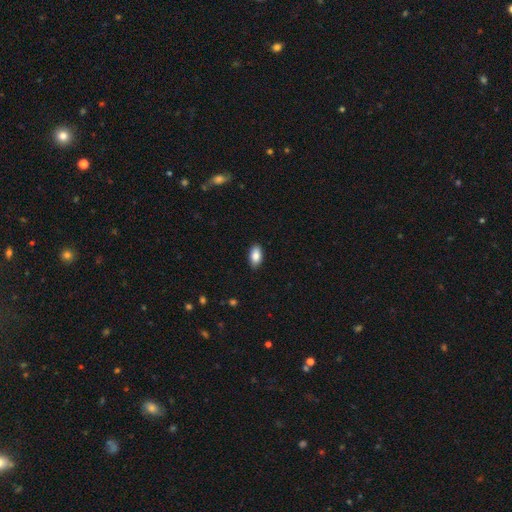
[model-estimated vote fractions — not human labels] This is clearly a smooth galaxy (86%). How rounded: clearly in between (93%). Merging: clearly none (89%).